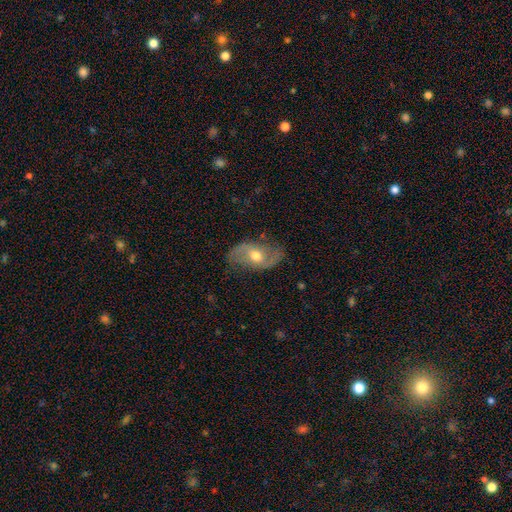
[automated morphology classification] type=featured or disk (75%); edge-on=no (93%); bar=no (52%); spiral arms=yes (86%); winding=loose (54%); arm count=2 (89%); bulge=moderate (75%); merging=none (77%).